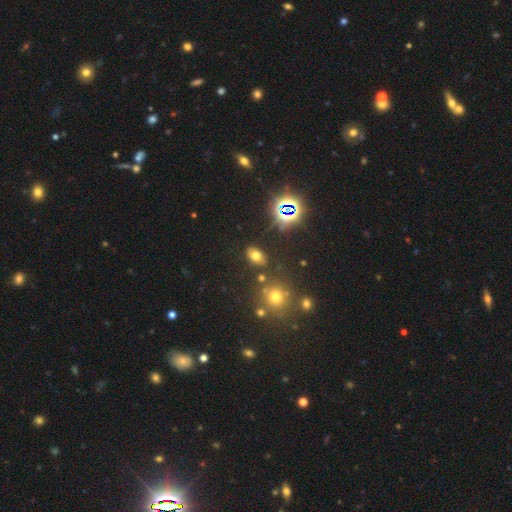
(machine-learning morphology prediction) smooth-or-featured: smooth: 62% | star or artifact: 27% | featured or disk: 11%
  how-rounded: in between: 82% | round: 16% | cigar-shaped: 2%
  merging: none: 83% | minor disturbance: 10% | merger: 4% | major disturbance: 3%